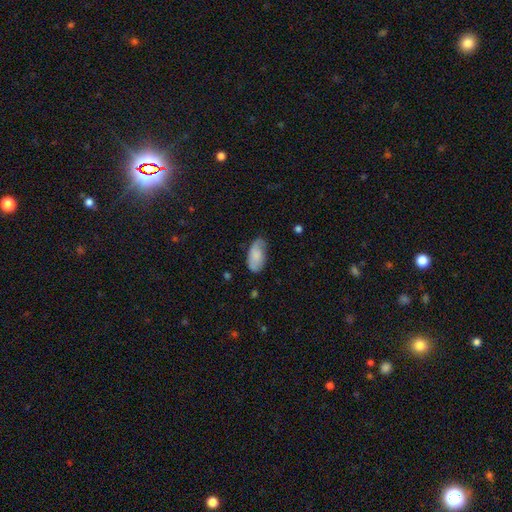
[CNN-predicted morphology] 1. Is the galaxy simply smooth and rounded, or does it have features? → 76% smooth, 18% featured or disk, 7% star or artifact.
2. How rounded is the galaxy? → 94% in between, 3% cigar-shaped, 3% round.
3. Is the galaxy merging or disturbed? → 60% none, 31% minor disturbance, 8% major disturbance, 2% merger.